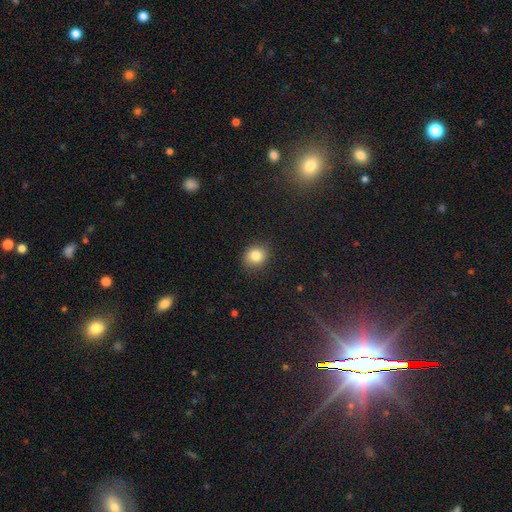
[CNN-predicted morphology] The model was most divided on "how rounded": round: 73%, in between: 26%, cigar-shaped: 1%. More confident: merging — none (88%); smooth or featured — smooth (83%).